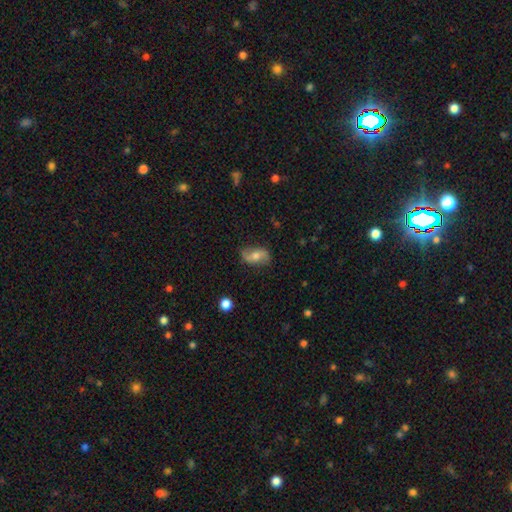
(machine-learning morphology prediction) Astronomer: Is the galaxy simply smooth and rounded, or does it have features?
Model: featured or disk — 57% (runner-up: smooth, 34%).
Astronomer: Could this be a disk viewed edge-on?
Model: no — 93%.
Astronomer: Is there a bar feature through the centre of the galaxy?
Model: no — 53% (runner-up: weak, 33%).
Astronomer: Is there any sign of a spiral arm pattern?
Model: yes — 85%.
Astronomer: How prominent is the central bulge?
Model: moderate — 63%.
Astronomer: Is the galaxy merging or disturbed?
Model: none — 76%.